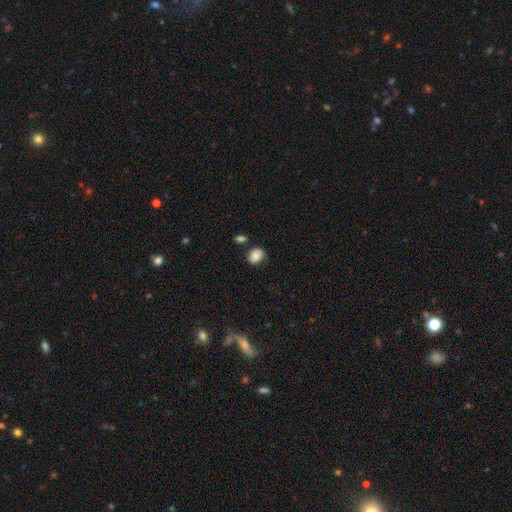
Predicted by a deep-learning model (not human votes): Smooth or featured? smooth (81%)
How rounded? in between (55%)
Merging? none (62%)